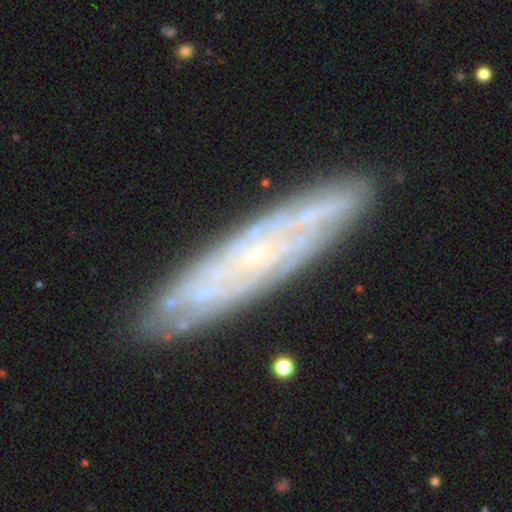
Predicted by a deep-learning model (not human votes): This is likely a featured or disk galaxy (75%). It is possibly not viewed edge-on (59%). Merging: clearly none (85%).